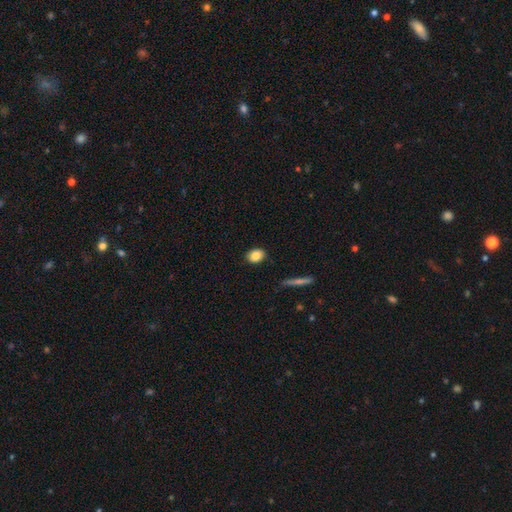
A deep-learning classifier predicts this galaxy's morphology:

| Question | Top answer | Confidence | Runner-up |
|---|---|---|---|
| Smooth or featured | smooth | 85% | star or artifact (8%) |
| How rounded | in between | 61% | round (36%) |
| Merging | none | 88% | minor disturbance (9%) |